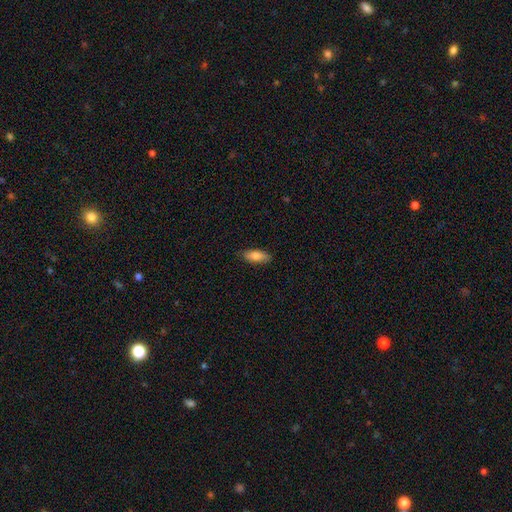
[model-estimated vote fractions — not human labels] smooth 82%, featured or disk 12%, star or artifact 6%. Down the decision tree: how rounded — in between (77%); merging — none (86%).